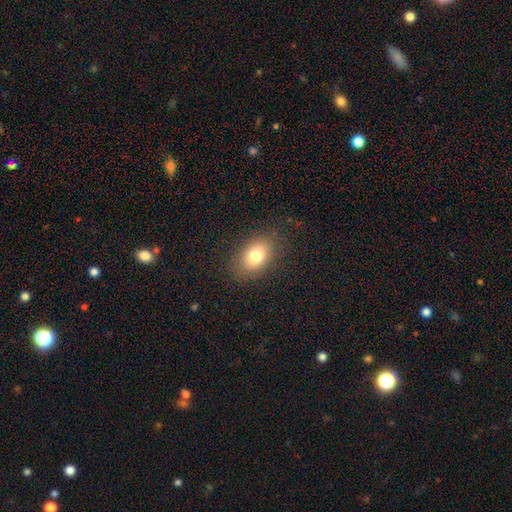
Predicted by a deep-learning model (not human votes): smooth-or-featured: smooth: 79% | featured or disk: 11% | star or artifact: 10%
  how-rounded: in between: 84% | round: 14% | cigar-shaped: 2%
  merging: none: 85% | minor disturbance: 10% | major disturbance: 4% | merger: 1%